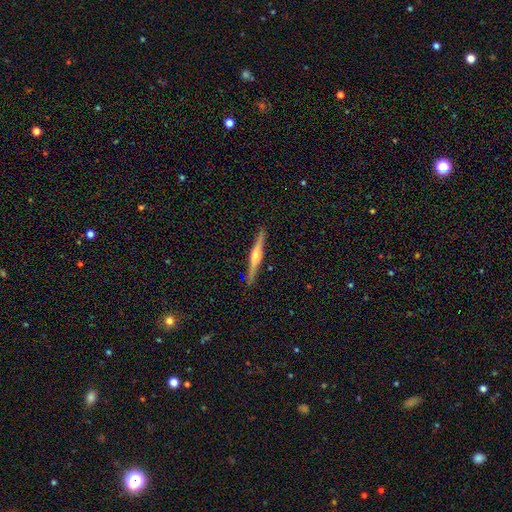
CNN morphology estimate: This appears to be a featured or disk galaxy (71%) viewed edge-on (98%) with a rounded central bulge (87%). Merging: none (91%).